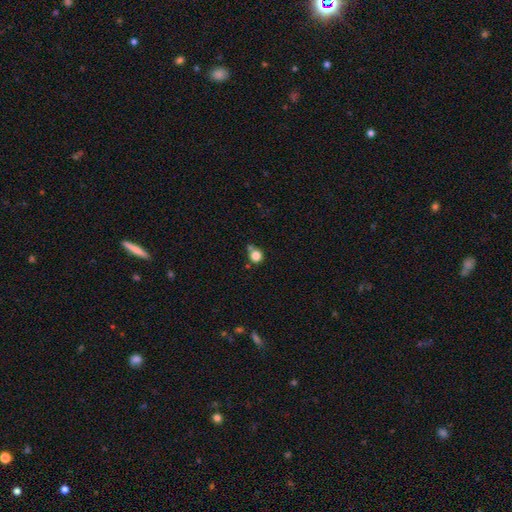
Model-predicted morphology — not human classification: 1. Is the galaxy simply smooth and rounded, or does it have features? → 82% smooth, 12% star or artifact, 6% featured or disk.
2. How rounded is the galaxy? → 89% round, 10% in between, 1% cigar-shaped.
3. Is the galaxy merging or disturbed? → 60% none, 18% merger, 17% minor disturbance, 6% major disturbance.